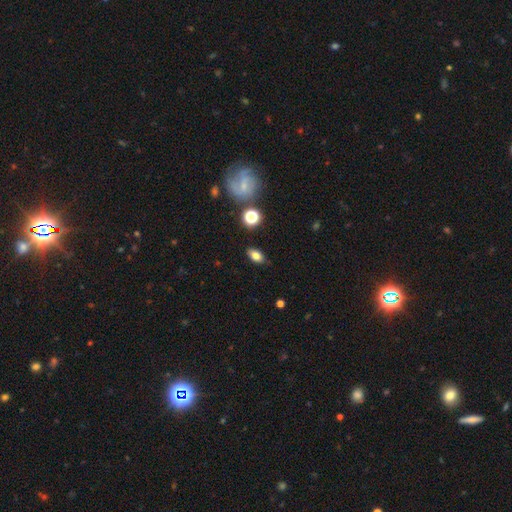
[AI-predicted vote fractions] A smooth galaxy with no disk features (76%) that is in between round and cigar-shaped (85%).

Vote fractions:
- Smooth or featured? smooth: 76% / star or artifact: 12% / featured or disk: 12%
- How rounded? in between: 85% / round: 11% / cigar-shaped: 4%
- Merging? none: 84% / minor disturbance: 11% / major disturbance: 3% / merger: 2%